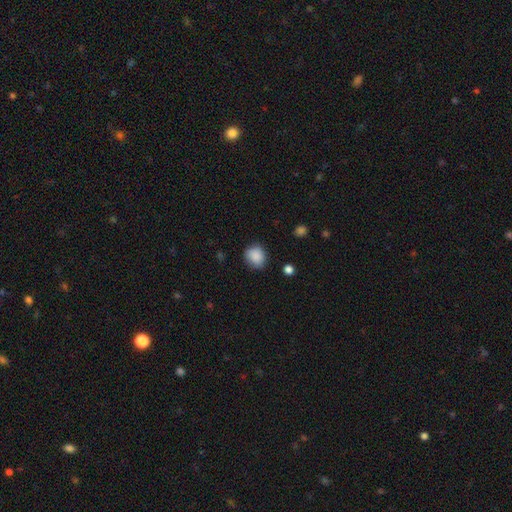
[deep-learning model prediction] A smooth galaxy with no disk features (88%) that is round (72%). Merging: none (79%).